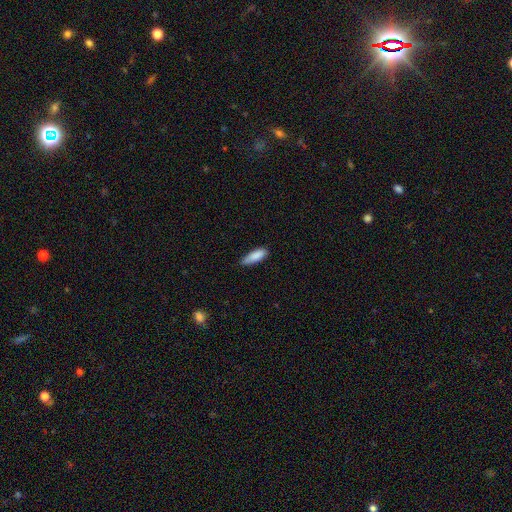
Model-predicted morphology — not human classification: Smooth or featured?
  - smooth: 87% *
  - featured or disk: 6%
  - star or artifact: 6%
How rounded?
  - in between: 57% *
  - cigar-shaped: 41%
  - round: 2%
Merging?
  - none: 68% *
  - minor disturbance: 27%
  - major disturbance: 3%
  - merger: 1%